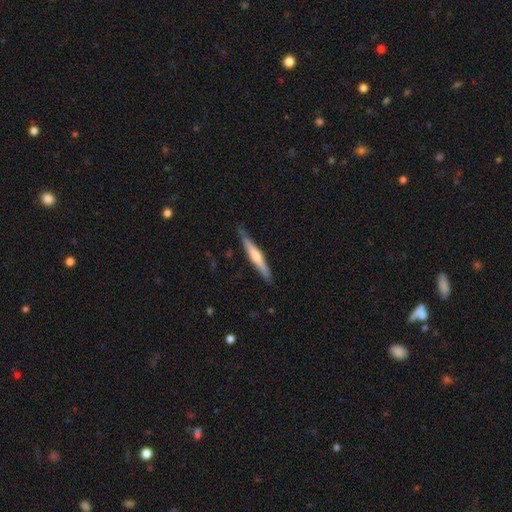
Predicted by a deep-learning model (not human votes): featured or disk 54%, smooth 41%, star or artifact 5%. Down the decision tree: edge-on disk — yes (97%); edge-on bulge — rounded (67%); merging — none (85%).